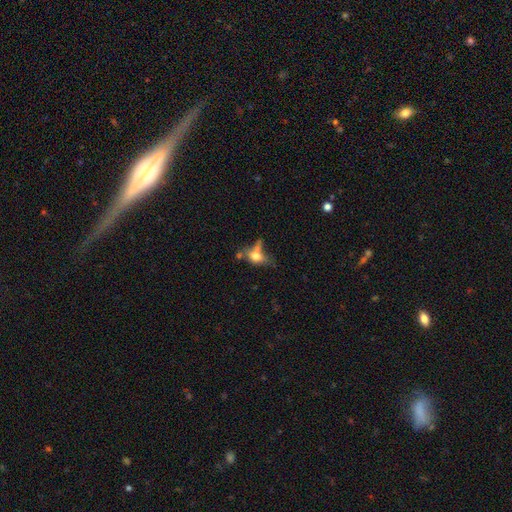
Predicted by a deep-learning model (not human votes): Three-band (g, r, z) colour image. It shows a smooth galaxy with no disk features (60%) that is in between round and cigar-shaped (68%). Merging: none (33%).